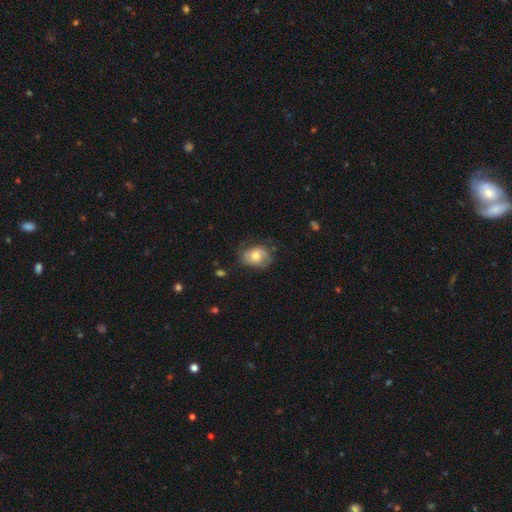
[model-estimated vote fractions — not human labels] smooth-or-featured: smooth: 63% | featured or disk: 29% | star or artifact: 8%
  how-rounded: in between: 55% | round: 44% | cigar-shaped: 1%
  merging: none: 57% | minor disturbance: 29% | major disturbance: 12% | merger: 2%